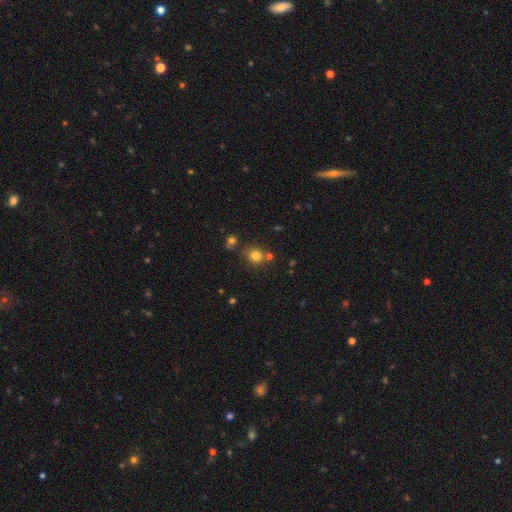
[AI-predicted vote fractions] Smooth or featured? Predicted: smooth (p=0.78). How rounded? Predicted: round (p=0.84). Merging? Predicted: none (p=0.72).